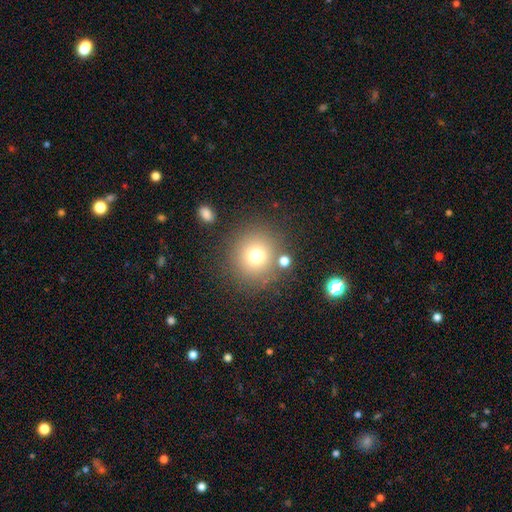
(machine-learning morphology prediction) smooth_or_featured: smooth (p=0.74) [alt: star or artifact p=0.15]
how_rounded: round (p=0.93) [alt: in between p=0.06]
merging: none (p=0.81) [alt: minor disturbance p=0.09]